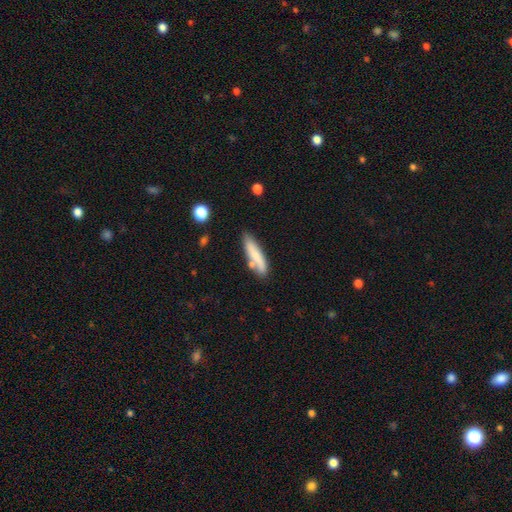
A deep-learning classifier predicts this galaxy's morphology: This appears to be a smooth galaxy with no disk features (69%) that is cigar-shaped (75%). Merging: none (64%).